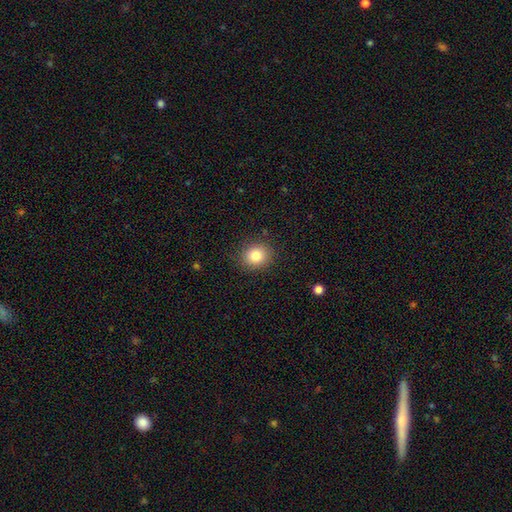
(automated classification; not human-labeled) Smooth or featured?
  - smooth: 83% *
  - star or artifact: 10%
  - featured or disk: 6%
How rounded?
  - round: 77% *
  - in between: 22%
  - cigar-shaped: 1%
Merging?
  - none: 88% *
  - minor disturbance: 8%
  - major disturbance: 3%
  - merger: 1%